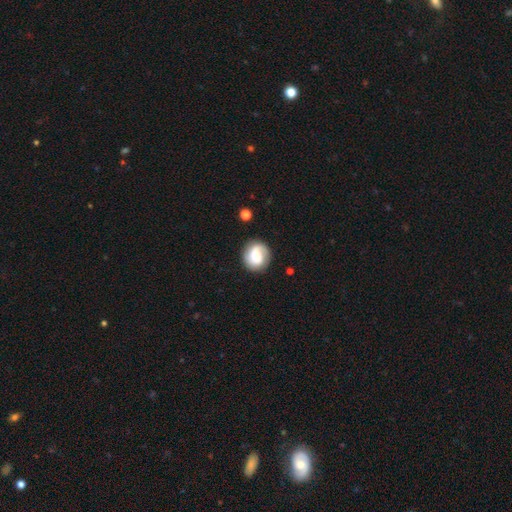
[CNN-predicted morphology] Smooth or featured: featured or disk — 47% (smooth — 45%)
Merging: none — 79% (minor disturbance — 14%)